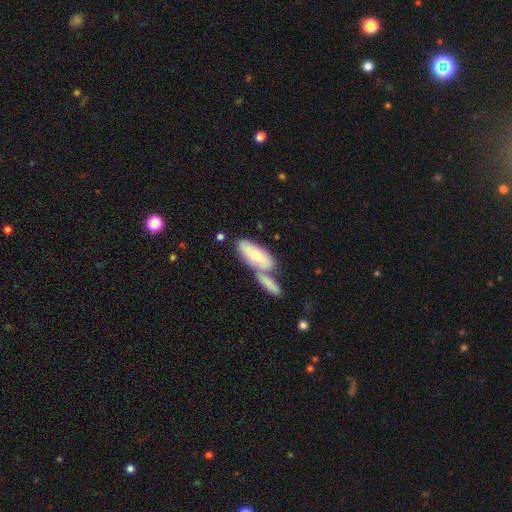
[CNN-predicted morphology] smooth 69%, featured or disk 26%, star or artifact 6%. Down the decision tree: how rounded — in between (78%); merging — merger (50%).